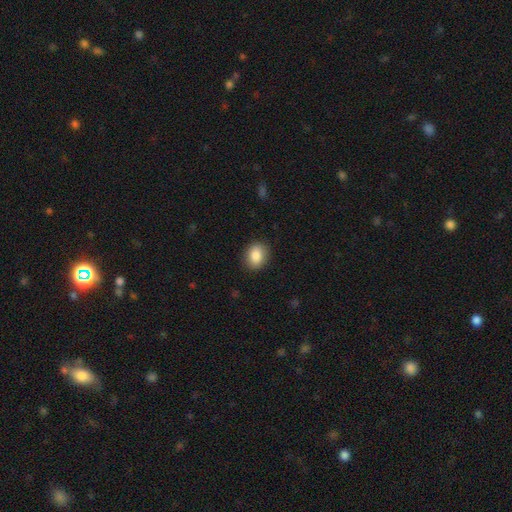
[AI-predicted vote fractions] This appears to be a smooth galaxy with no disk features (85%) that is in between round and cigar-shaped (55%). Merging: none (88%).